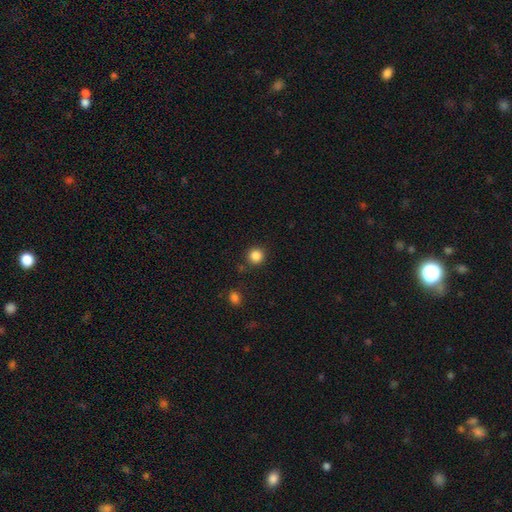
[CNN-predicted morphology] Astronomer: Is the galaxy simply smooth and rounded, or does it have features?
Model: smooth — 85%.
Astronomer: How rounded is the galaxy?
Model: round — 94%.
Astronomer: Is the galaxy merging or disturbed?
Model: none — 87%.